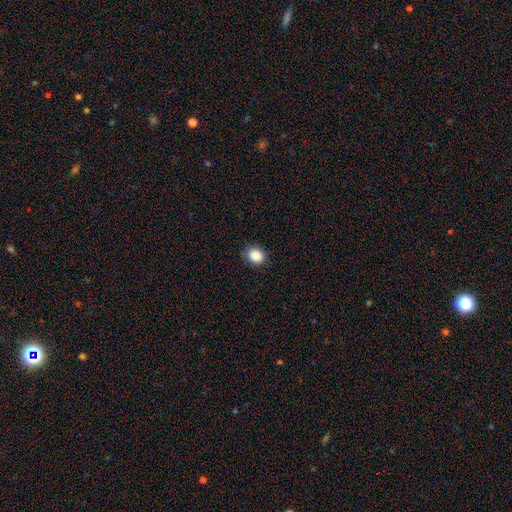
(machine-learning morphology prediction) This appears to be a smooth galaxy with no disk features (88%) that is round (59%). Merging: none (85%).